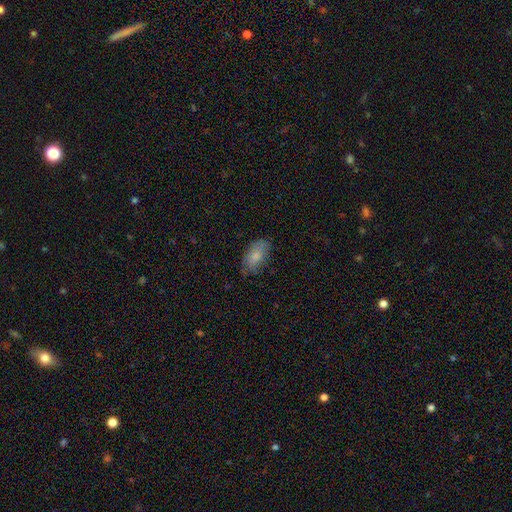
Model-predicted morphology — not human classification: This appears to be a smooth galaxy with no disk features (79%) that is in between round and cigar-shaped (91%). Merging: none (70%).